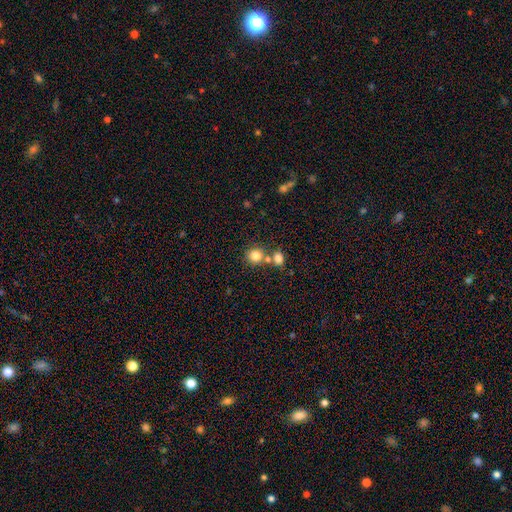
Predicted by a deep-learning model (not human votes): This appears to be a smooth galaxy with no disk features (81%) that is round (86%). Merging: none (62%).